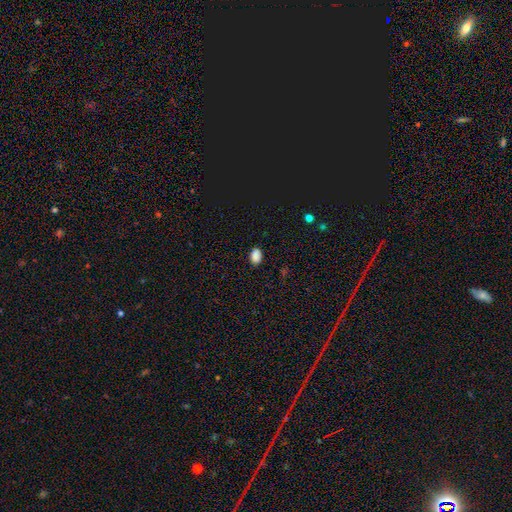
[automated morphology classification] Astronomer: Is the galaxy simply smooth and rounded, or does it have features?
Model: smooth — 85%.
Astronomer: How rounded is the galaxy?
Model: in between — 83%.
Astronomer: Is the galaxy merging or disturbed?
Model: none — 85%.